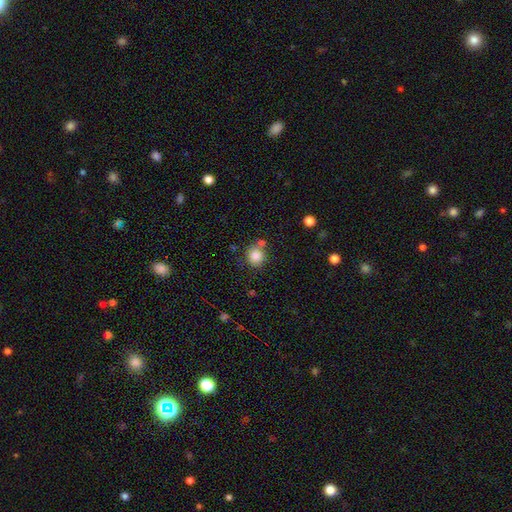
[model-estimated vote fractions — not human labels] This appears to be a smooth galaxy with no disk features (84%) that is round (88%). Merging: none (68%).